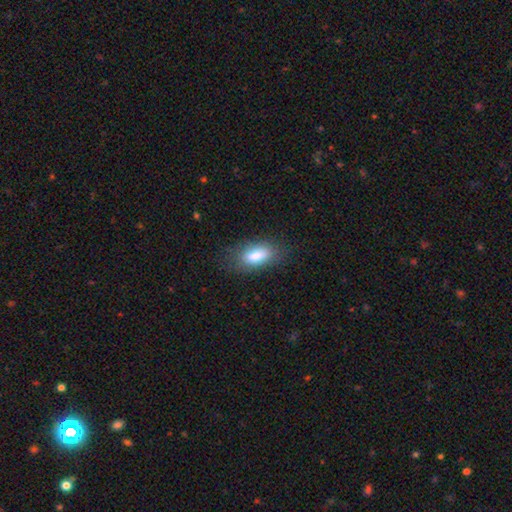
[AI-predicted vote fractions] Q: Smooth or featured?
A: smooth (81%); runner-up: featured or disk (11%)
Q: How rounded?
A: in between (88%); runner-up: cigar-shaped (8%)
Q: Merging?
A: none (79%); runner-up: minor disturbance (15%)